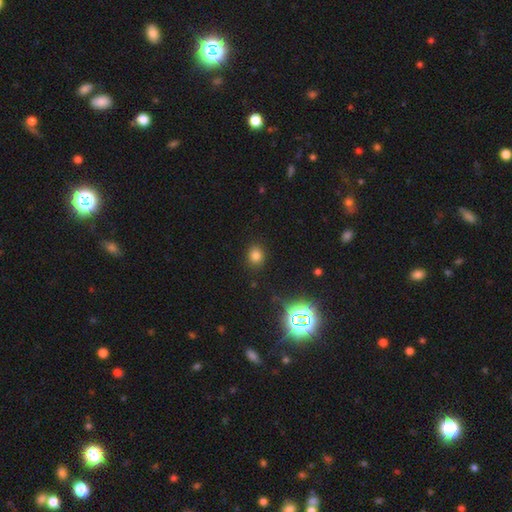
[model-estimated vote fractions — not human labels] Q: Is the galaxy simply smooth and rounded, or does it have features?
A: smooth — 76%.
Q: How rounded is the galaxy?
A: round — 68%.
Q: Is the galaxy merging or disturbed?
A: none — 88%.